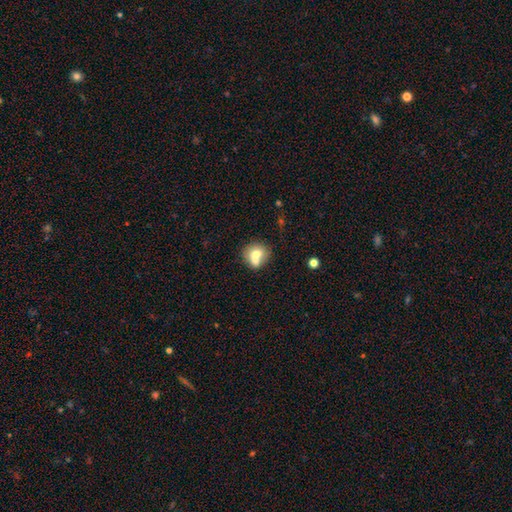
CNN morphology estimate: A smooth galaxy with no disk features (68%) that is round (74%). Merging: merger (49%).